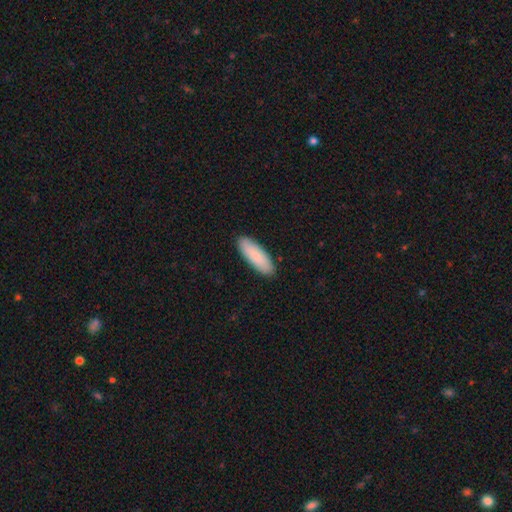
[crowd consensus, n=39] Smooth or featured?
  - smooth: 97% *
  - featured or disk: 3%
  - star or artifact: 0%
How rounded?
  - in between: 58% *
  - cigar-shaped: 42%
  - round: 0%
Merging?
  - none: 95% *
  - minor disturbance: 3%
  - major disturbance: 3%
  - merger: 0%